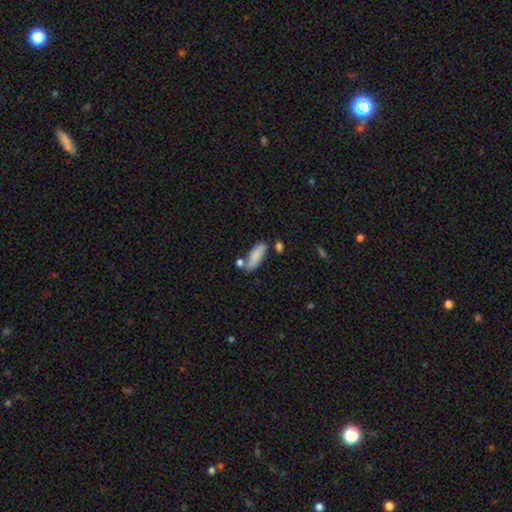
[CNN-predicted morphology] Smooth or featured: smooth — 85% (featured or disk — 9%)
How rounded: in between — 64% (cigar-shaped — 33%)
Merging: none — 65% (minor disturbance — 16%)